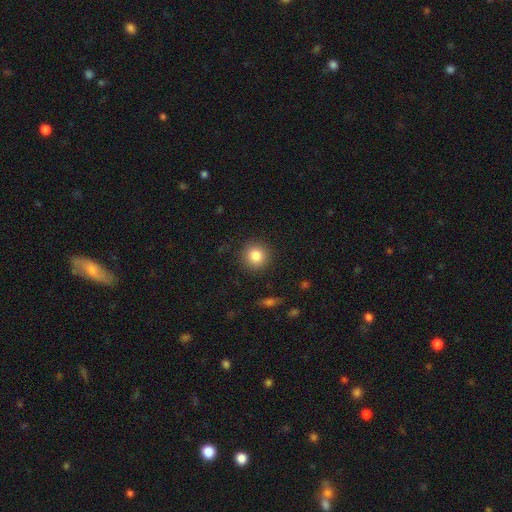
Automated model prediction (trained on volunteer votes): smooth 84%, star or artifact 10%, featured or disk 6%. Down the decision tree: how rounded — round (93%); merging — none (90%).